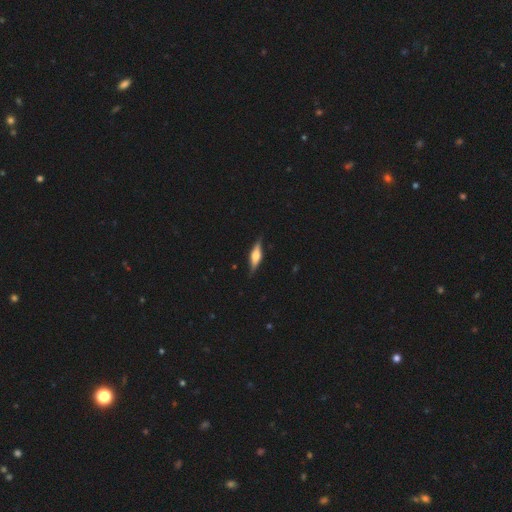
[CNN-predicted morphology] Smooth or featured? Predicted: featured or disk (p=0.63). Edge-on disk? Predicted: yes (p=0.95). Edge-on bulge? Predicted: rounded (p=0.86). Merging? Predicted: none (p=0.85).